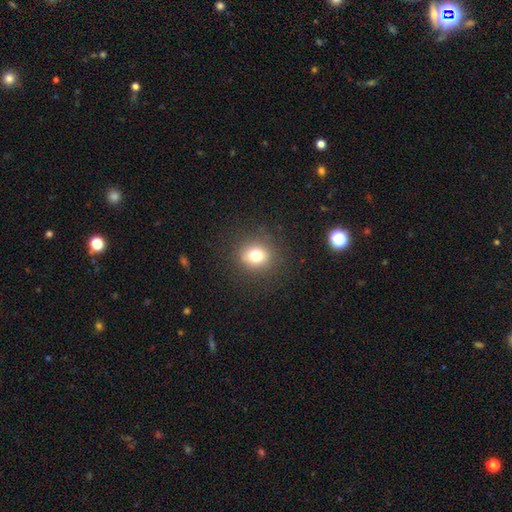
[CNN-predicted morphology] smooth-or-featured: smooth: 77% | star or artifact: 14% | featured or disk: 10%
  how-rounded: round: 81% | in between: 18% | cigar-shaped: 1%
  merging: none: 88% | minor disturbance: 8% | major disturbance: 4% | merger: 1%